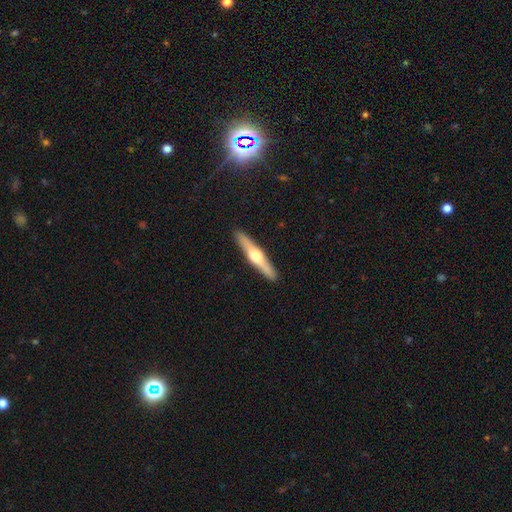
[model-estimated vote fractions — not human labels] smooth_or_featured: featured or disk (p=0.63) [alt: smooth p=0.32]
disk_edge_on: yes (p=0.96) [alt: no p=0.04]
edge_on_bulge: rounded (p=0.93) [alt: boxy p=0.03]
merging: none (p=0.91) [alt: minor disturbance p=0.06]